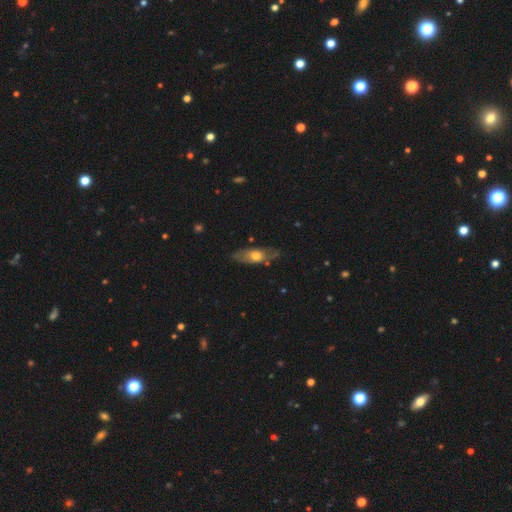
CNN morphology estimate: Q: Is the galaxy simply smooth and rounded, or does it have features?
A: featured or disk — 48%.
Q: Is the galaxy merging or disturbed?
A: none — 71%.